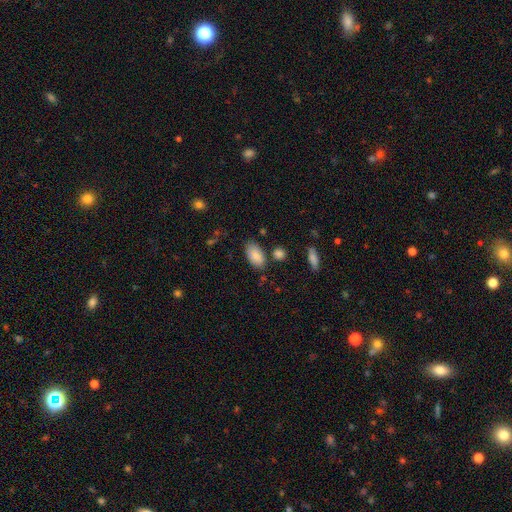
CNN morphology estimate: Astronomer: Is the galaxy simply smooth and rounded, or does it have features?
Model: smooth — 85%.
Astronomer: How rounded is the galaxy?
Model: in between — 94%.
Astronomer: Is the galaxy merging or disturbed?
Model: none — 75%.